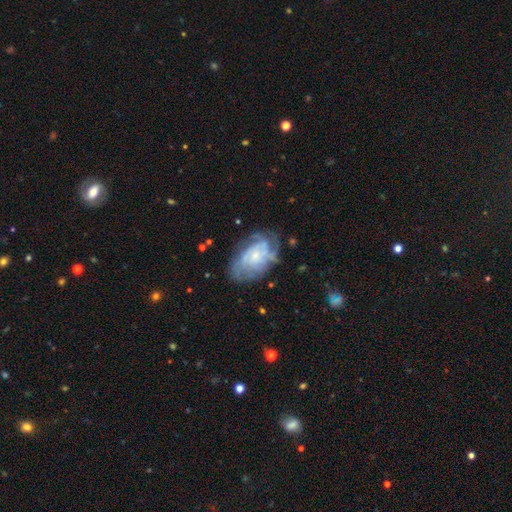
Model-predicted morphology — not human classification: smooth_or_featured: featured or disk (p=0.75) [alt: smooth p=0.17]
disk_edge_on: no (p=0.97) [alt: yes p=0.03]
bar: no (p=0.73) [alt: weak p=0.23]
has_spiral_arms: yes (p=0.88) [alt: no p=0.12]
spiral_winding: tight (p=0.56) [alt: medium p=0.33]
spiral_arm_count: can't tell (p=0.46) [alt: 3 p=0.15]
bulge_size: small (p=0.68) [alt: moderate p=0.20]
merging: none (p=0.62) [alt: minor disturbance p=0.22]